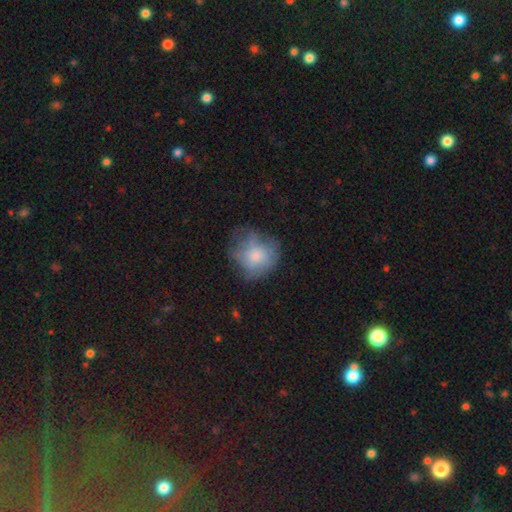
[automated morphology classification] smooth-or-featured: smooth: 60% | featured or disk: 31% | star or artifact: 9%
  how-rounded: round: 73% | in between: 26% | cigar-shaped: 1%
  merging: none: 48% | minor disturbance: 28% | major disturbance: 22% | merger: 2%